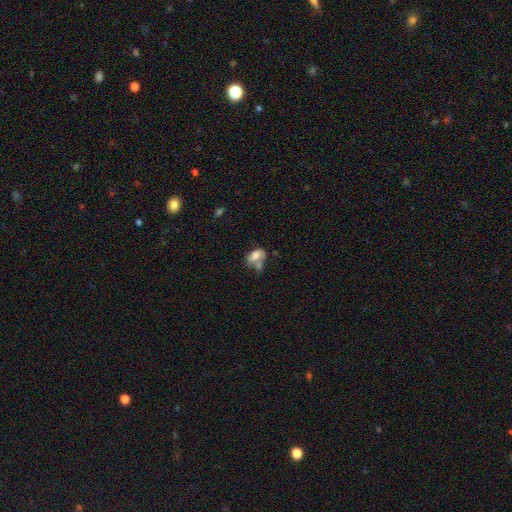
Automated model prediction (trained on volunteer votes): The model was most divided on "merging": merger: 38%, none: 25%, minor disturbance: 19%, major disturbance: 17%. More confident: how rounded — in between (87%); smooth or featured — smooth (65%).